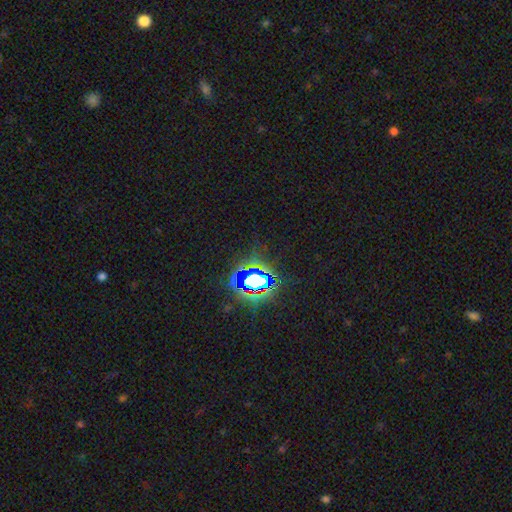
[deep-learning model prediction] Smooth or featured? Predicted: star or artifact (p=0.78).